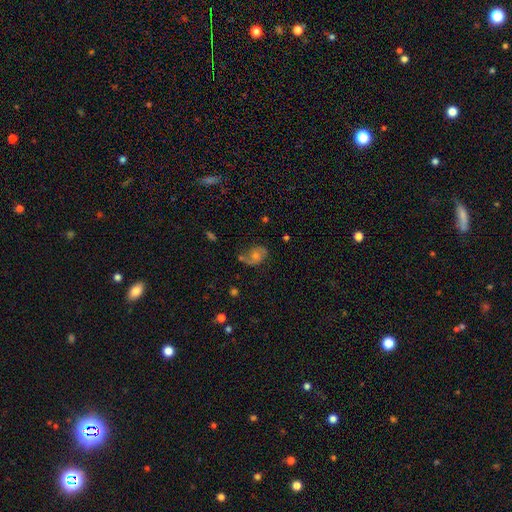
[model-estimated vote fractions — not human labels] Smooth or featured? Predicted: featured or disk (p=0.62). Edge-on disk? Predicted: no (p=0.97). Bar? Predicted: no (p=0.73). Spiral arms? Predicted: yes (p=0.87). Spiral winding? Predicted: medium (p=0.44). Spiral arm count? Predicted: 2 (p=0.67). Bulge size? Predicted: moderate (p=0.51). Merging? Predicted: none (p=0.59).